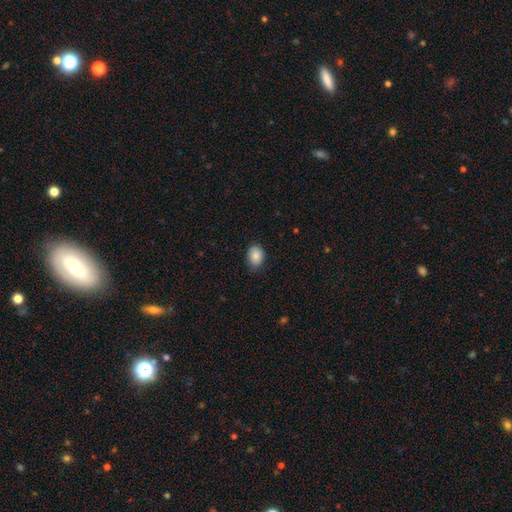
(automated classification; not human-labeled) Smooth or featured: smooth — 87% (star or artifact — 8%)
How rounded: in between — 63% (round — 37%)
Merging: none — 76% (minor disturbance — 20%)